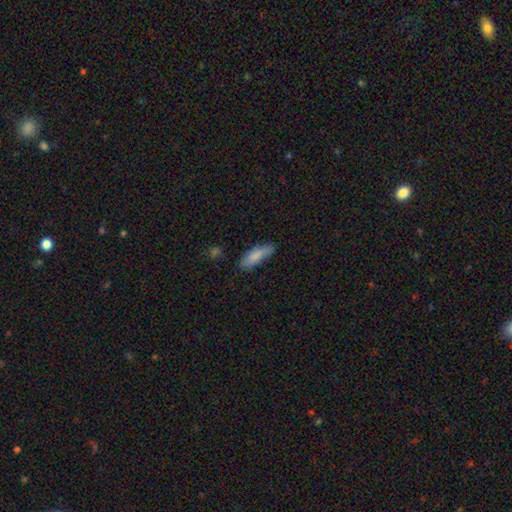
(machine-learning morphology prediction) The model was most divided on "how rounded": in between: 51%, cigar-shaped: 47%, round: 2%. More confident: smooth or featured — smooth (83%); merging — none (74%).